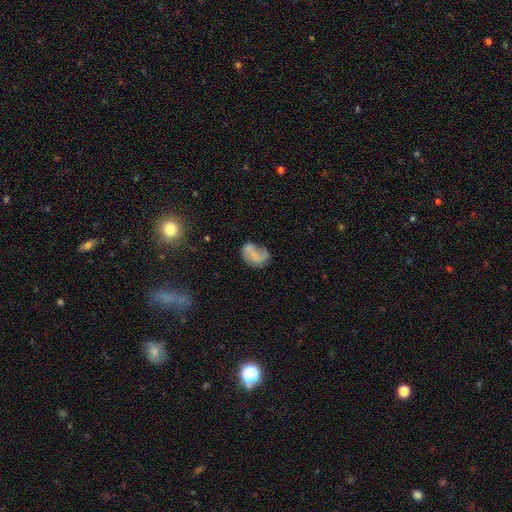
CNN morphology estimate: smooth-or-featured: featured or disk: 57% | smooth: 34% | star or artifact: 10%
  disk-edge-on: no: 98% | yes: 2%
    bar: no: 48% | weak: 33% | strong: 19%
    has-spiral-arms: yes: 76% | no: 24%
    bulge-size: none: 67% | small: 20% | moderate: 9% | large: 3% | dominant: 1%
  merging: none: 51% | minor disturbance: 24% | major disturbance: 17% | merger: 7%